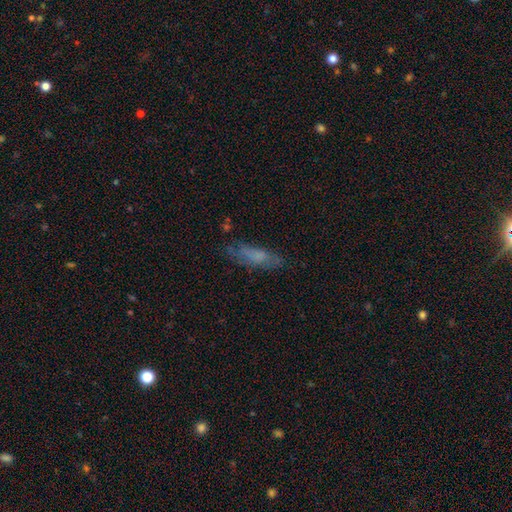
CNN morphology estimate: Smooth or featured? Predicted: smooth (p=0.61). How rounded? Predicted: cigar-shaped (p=0.57). Merging? Predicted: none (p=0.64).